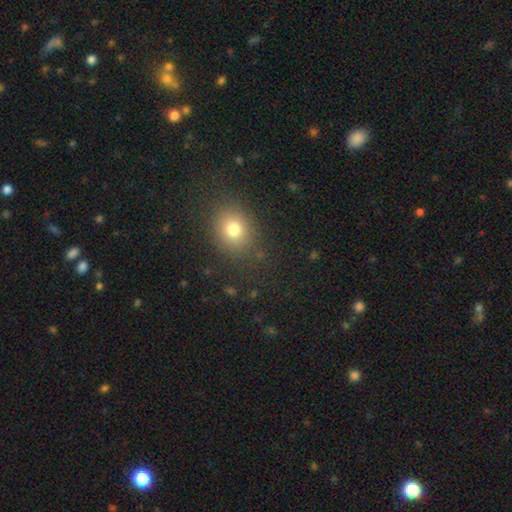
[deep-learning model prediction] Q: Smooth or featured?
A: smooth (73%); runner-up: star or artifact (19%)
Q: How rounded?
A: round (63%); runner-up: in between (36%)
Q: Merging?
A: none (87%); runner-up: minor disturbance (8%)